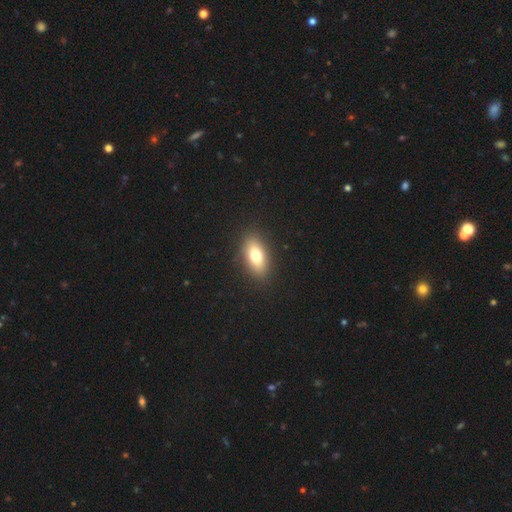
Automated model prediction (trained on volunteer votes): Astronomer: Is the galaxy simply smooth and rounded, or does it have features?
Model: smooth — 76%.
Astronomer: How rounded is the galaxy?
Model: in between — 85%.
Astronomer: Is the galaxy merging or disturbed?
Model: none — 88%.